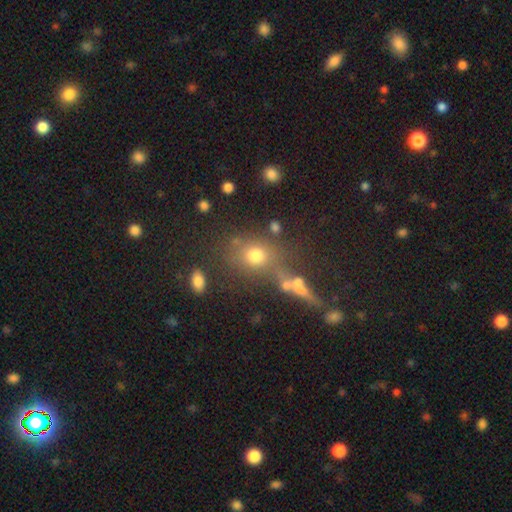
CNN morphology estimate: Overall: smooth (69%). How rounded: round (64%; in between 33%). Merging: none (61%).